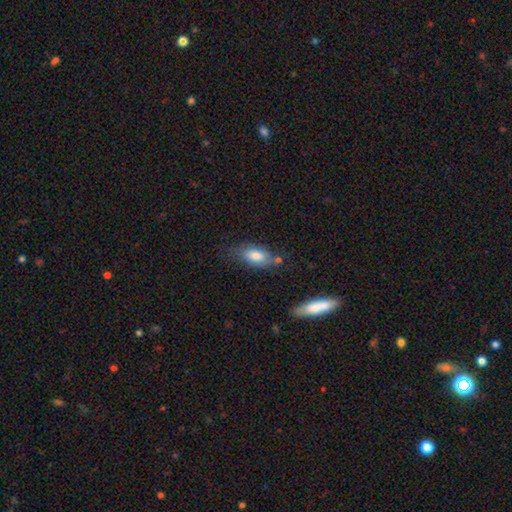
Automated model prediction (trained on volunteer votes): Smooth or featured: smooth — 77% (featured or disk — 16%)
How rounded: in between — 82% (cigar-shaped — 13%)
Merging: none — 65% (minor disturbance — 22%)